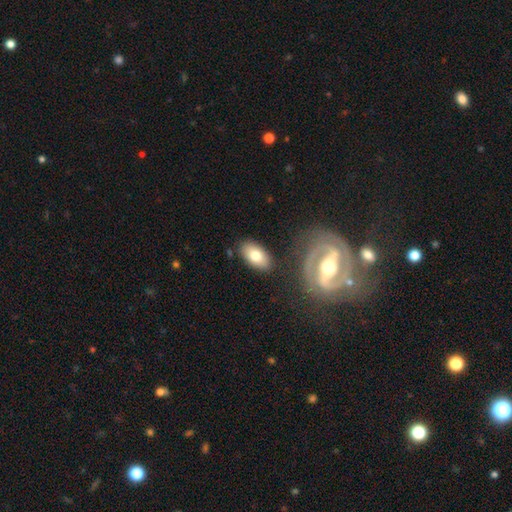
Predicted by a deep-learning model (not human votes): Q: Smooth or featured?
A: smooth (74%); runner-up: featured or disk (20%)
Q: How rounded?
A: in between (93%); runner-up: round (5%)
Q: Merging?
A: none (80%); runner-up: minor disturbance (11%)